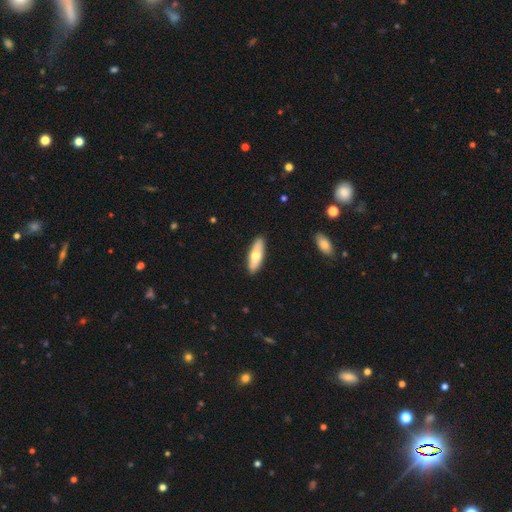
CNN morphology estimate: This is likely a smooth galaxy (67%). How rounded: possibly in between (53%). Merging: clearly none (89%).